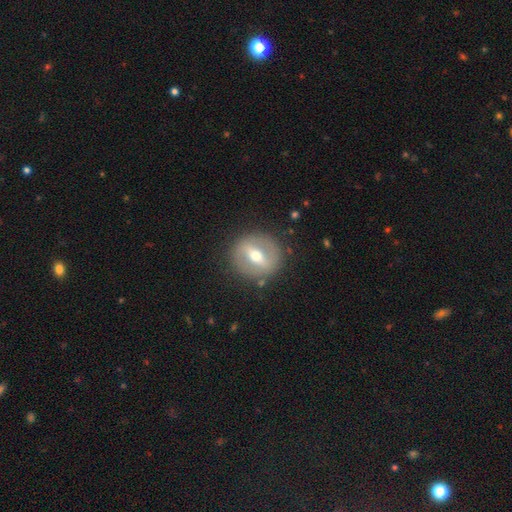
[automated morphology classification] Smooth or featured?
  - featured or disk: 62% *
  - smooth: 31%
  - star or artifact: 6%
Edge-on disk?
  - no: 86% *
  - yes: 14%
Bar?
  - strong: 58% *
  - weak: 31%
  - no: 11%
Spiral arms?
  - no: 76% *
  - yes: 24%
Bulge size?
  - moderate: 74% *
  - small: 16%
  - large: 9%
  - dominant: 1%
  - none: 1%
Merging?
  - none: 85% *
  - minor disturbance: 9%
  - major disturbance: 4%
  - merger: 2%